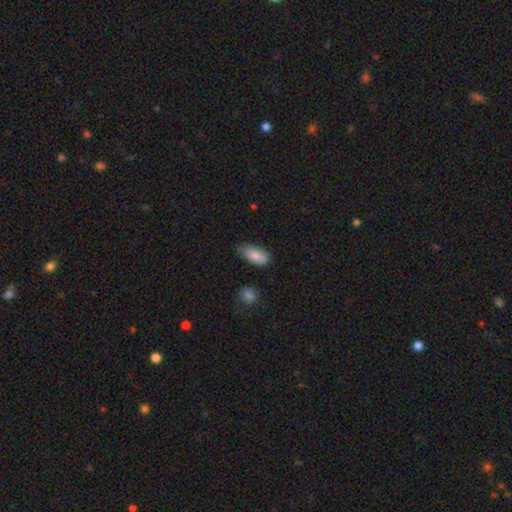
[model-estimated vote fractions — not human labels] A smooth galaxy with no disk features (80%) that is in between round and cigar-shaped (90%).

Vote fractions:
- Smooth or featured? smooth: 80% / featured or disk: 12% / star or artifact: 7%
- How rounded? in between: 90% / cigar-shaped: 7% / round: 3%
- Merging? none: 57% / minor disturbance: 33% / major disturbance: 6% / merger: 4%